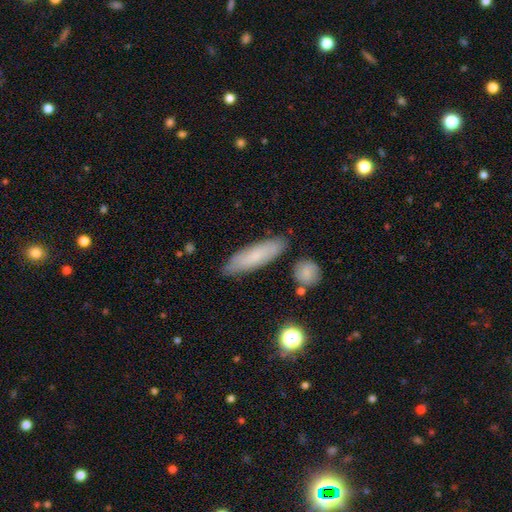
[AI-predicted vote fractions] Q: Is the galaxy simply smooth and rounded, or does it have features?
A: smooth — 70%.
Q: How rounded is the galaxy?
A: cigar-shaped — 58%.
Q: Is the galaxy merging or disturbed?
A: none — 82%.